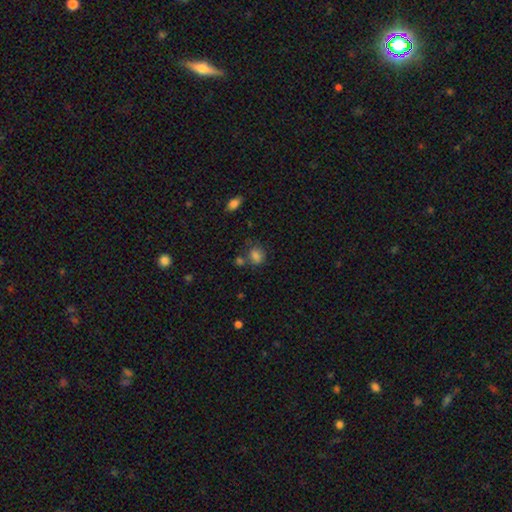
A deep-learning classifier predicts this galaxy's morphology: Q: Smooth or featured?
A: smooth (80%); runner-up: star or artifact (12%)
Q: How rounded?
A: in between (59%); runner-up: round (39%)
Q: Merging?
A: none (54%); runner-up: minor disturbance (21%)